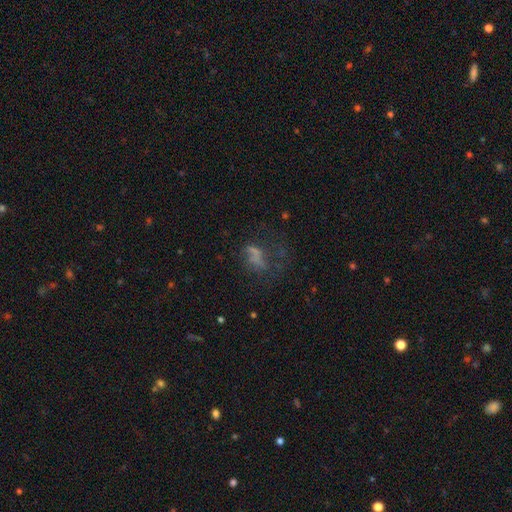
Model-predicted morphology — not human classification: This appears to be a smooth galaxy with no disk features (41%). Merging: major disturbance (42%).